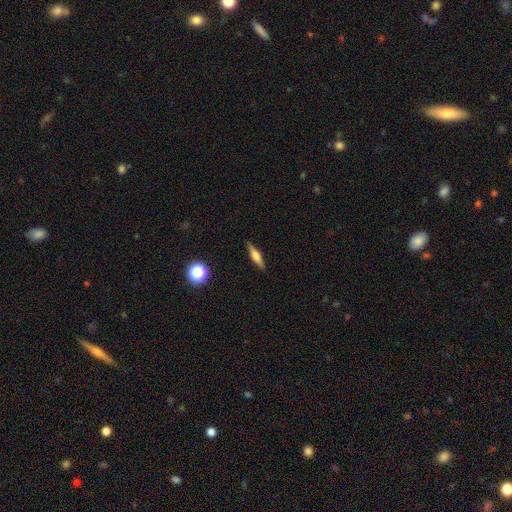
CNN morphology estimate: This is possibly a smooth galaxy (47%). Merging: clearly none (89%).